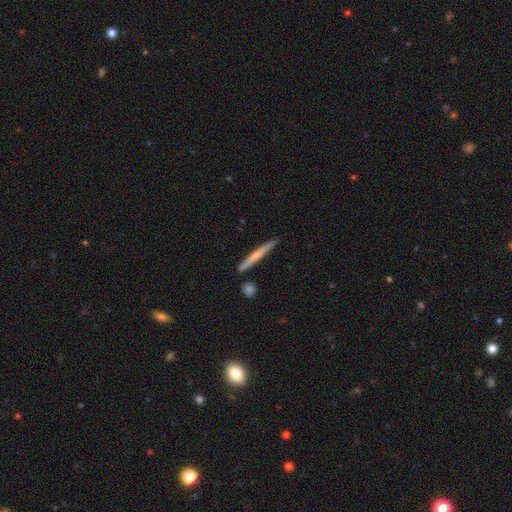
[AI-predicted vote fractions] The model was most divided on "smooth or featured": smooth: 56%, featured or disk: 39%, star or artifact: 5%. More confident: how rounded — cigar-shaped (96%); merging — none (86%).